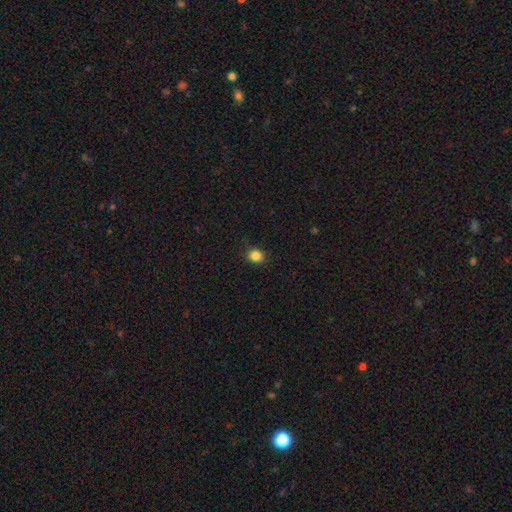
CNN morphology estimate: A smooth galaxy with no disk features (85%) that is round (72%).

Vote fractions:
- Smooth or featured? smooth: 85% / star or artifact: 11% / featured or disk: 4%
- How rounded? round: 72% / in between: 27% / cigar-shaped: 1%
- Merging? none: 89% / minor disturbance: 8% / major disturbance: 2% / merger: 1%